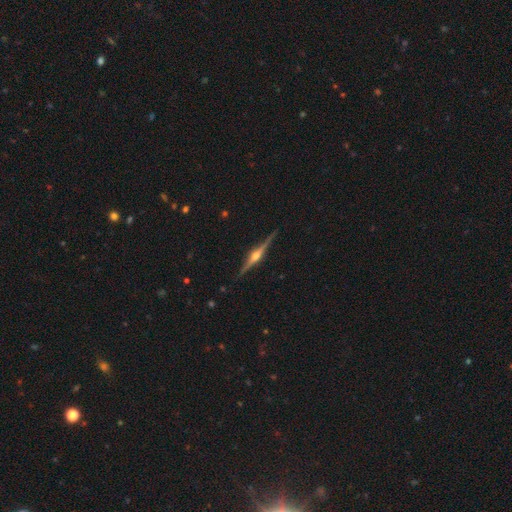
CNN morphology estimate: This appears to be a featured or disk galaxy (86%) viewed edge-on (98%) with a rounded central bulge (93%). Merging: none (89%).